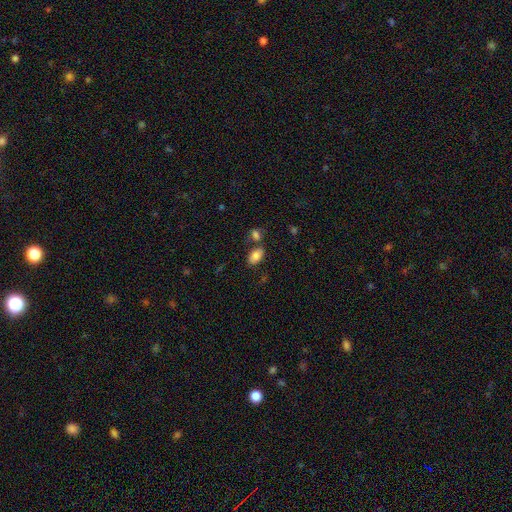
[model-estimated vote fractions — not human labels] Morphology: type=smooth (83%); roundness=in between (92%); merging=none (65%).